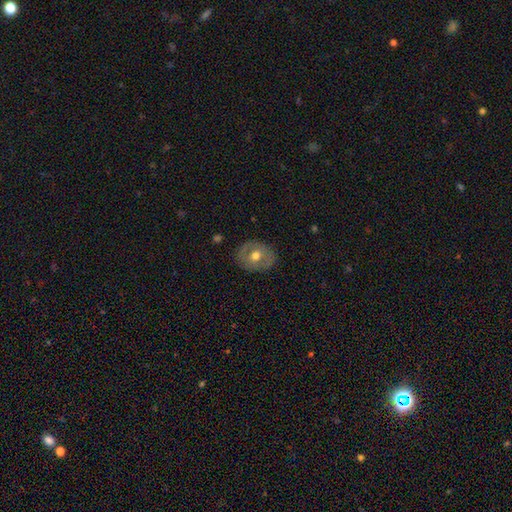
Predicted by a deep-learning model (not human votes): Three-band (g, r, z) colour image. It shows a smooth galaxy with no disk features (52%) that is round (57%). Merging: none (83%).